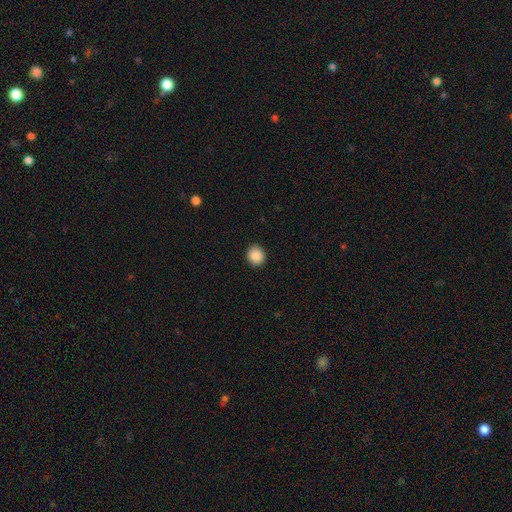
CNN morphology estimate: Smooth or featured? Predicted: smooth (p=0.89). How rounded? Predicted: round (p=0.85). Merging? Predicted: none (p=0.91).